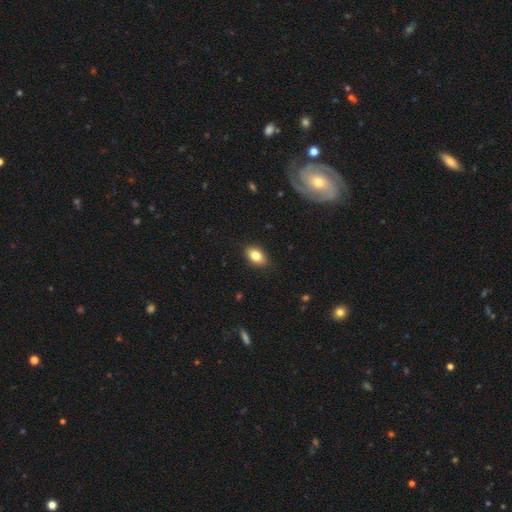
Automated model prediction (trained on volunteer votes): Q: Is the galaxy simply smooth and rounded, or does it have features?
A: smooth — 82%.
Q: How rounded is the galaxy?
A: in between — 87%.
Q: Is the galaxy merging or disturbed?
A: none — 88%.